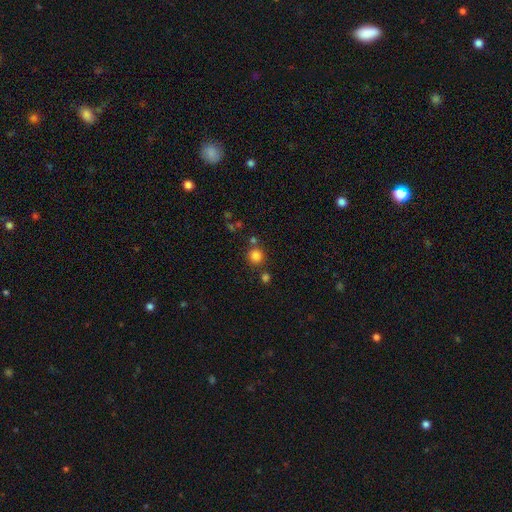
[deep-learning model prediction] The model was most divided on "merging": none: 76%, merger: 12%, minor disturbance: 9%, major disturbance: 4%. More confident: how rounded — round (90%); smooth or featured — smooth (82%).